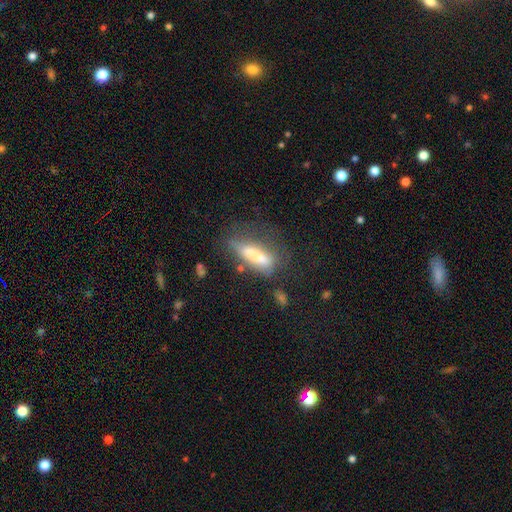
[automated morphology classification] Q: Smooth or featured?
A: smooth (60%); runner-up: featured or disk (30%)
Q: How rounded?
A: cigar-shaped (69%); runner-up: in between (29%)
Q: Merging?
A: none (43%); runner-up: minor disturbance (26%)